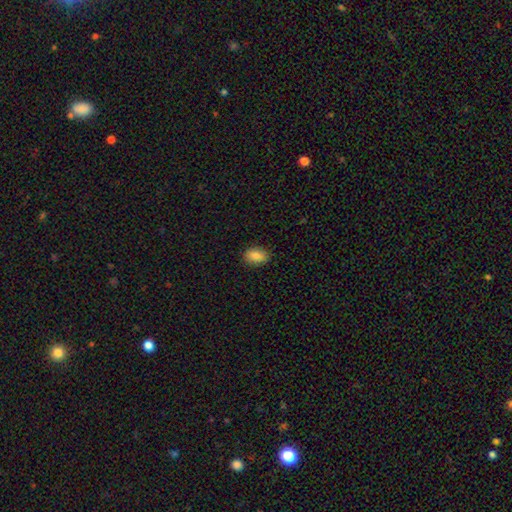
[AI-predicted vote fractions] smooth 86%, star or artifact 8%, featured or disk 6%. Down the decision tree: how rounded — in between (82%); merging — none (88%).